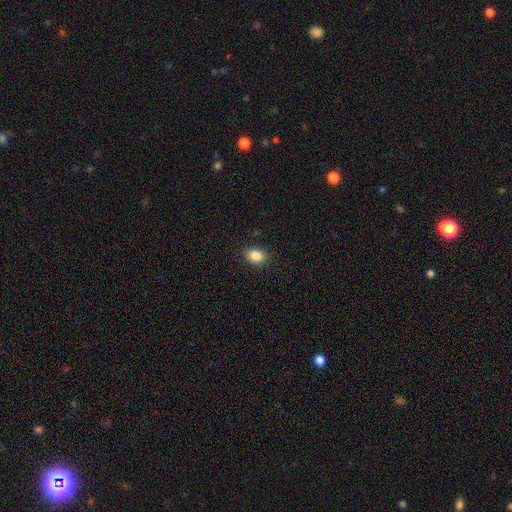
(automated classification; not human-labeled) The model was most divided on "how rounded": in between: 71%, round: 28%, cigar-shaped: 1%. More confident: merging — none (88%); smooth or featured — smooth (86%).